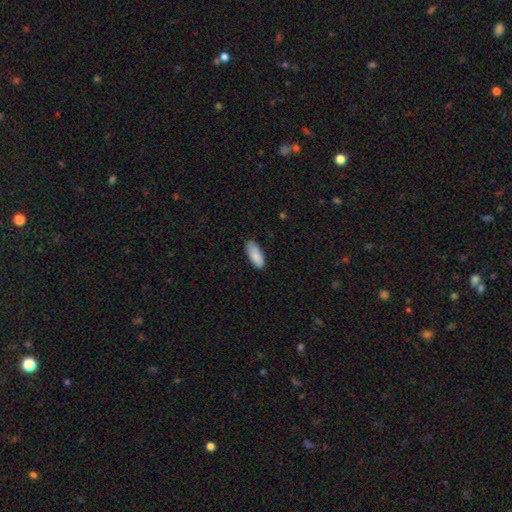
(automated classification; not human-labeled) Smooth or featured: smooth — 89% (star or artifact — 6%)
How rounded: in between — 82% (cigar-shaped — 17%)
Merging: none — 84% (minor disturbance — 13%)